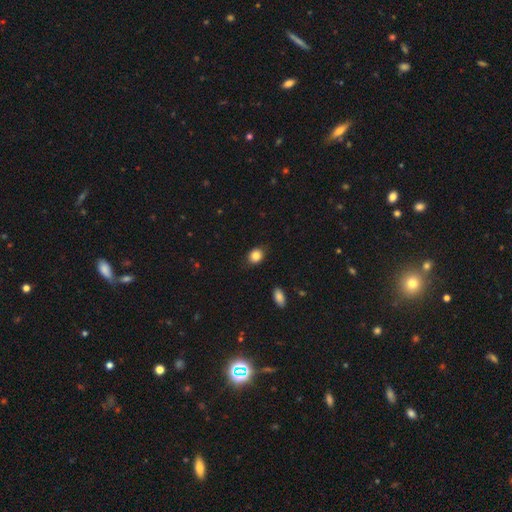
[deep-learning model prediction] smooth-or-featured: smooth: 85% | star or artifact: 9% | featured or disk: 6%
  how-rounded: round: 52% | in between: 47% | cigar-shaped: 1%
  merging: none: 84% | minor disturbance: 12% | major disturbance: 3% | merger: 1%